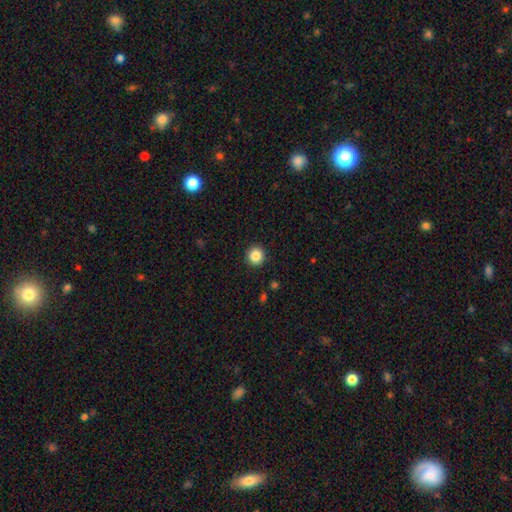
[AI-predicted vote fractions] This is clearly a smooth galaxy (86%). How rounded: clearly round (94%). Merging: clearly none (92%).